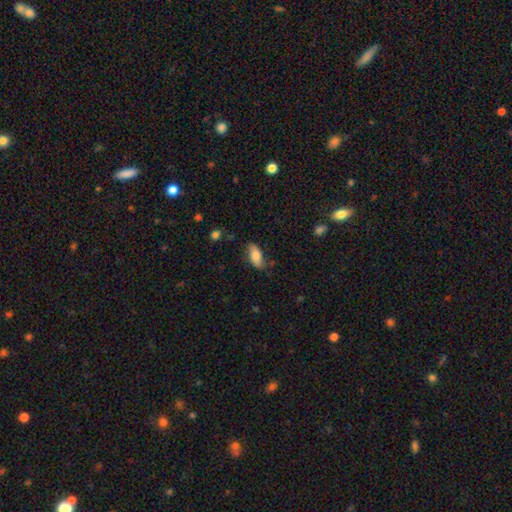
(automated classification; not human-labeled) Smooth or featured? Predicted: smooth (p=0.77). How rounded? Predicted: in between (p=0.88). Merging? Predicted: none (p=0.71).